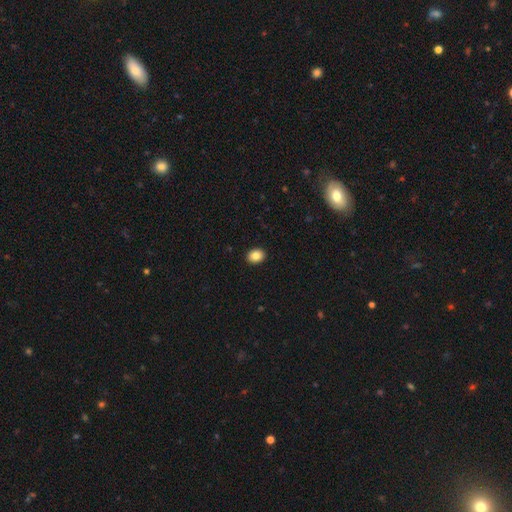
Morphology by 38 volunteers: A smooth galaxy with no disk features (84%) that is in between round and cigar-shaped (72%).

Vote fractions:
- Smooth or featured? smooth: 84% / star or artifact: 11% / featured or disk: 5%
- How rounded? in between: 72% / round: 28% / cigar-shaped: 0%
- Merging? none: 97% / major disturbance: 3% / minor disturbance: 0% / merger: 0%